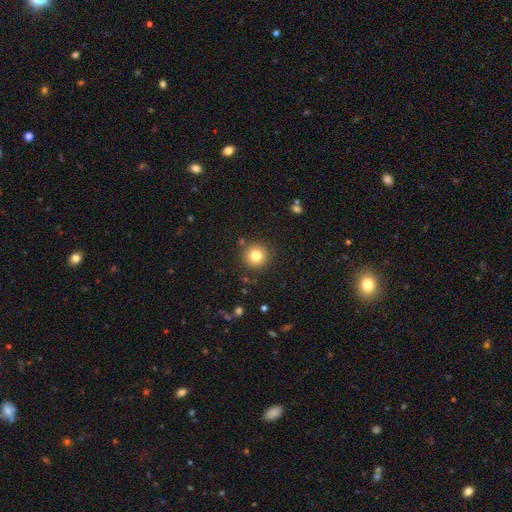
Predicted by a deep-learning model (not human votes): smooth 80%, star or artifact 12%, featured or disk 8%. Down the decision tree: how rounded — round (95%); merging — none (89%).